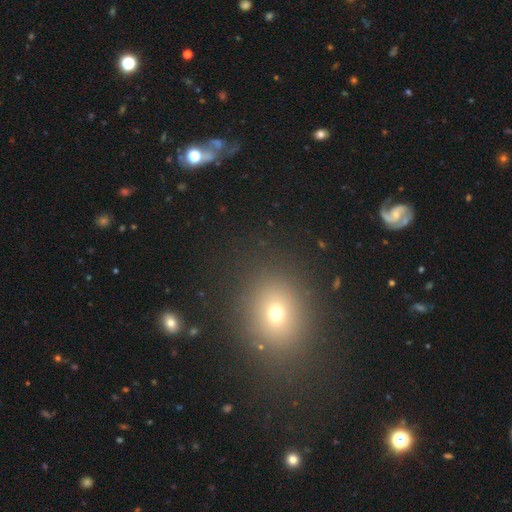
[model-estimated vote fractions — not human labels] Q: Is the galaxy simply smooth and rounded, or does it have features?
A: smooth — 60%.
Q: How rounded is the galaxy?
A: round — 51%.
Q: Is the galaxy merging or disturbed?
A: none — 87%.